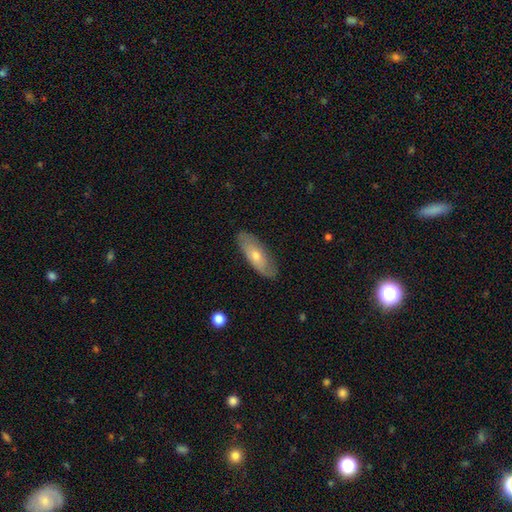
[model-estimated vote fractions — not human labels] Smooth or featured? smooth (50%)
How rounded? in between (66%)
Merging? none (84%)